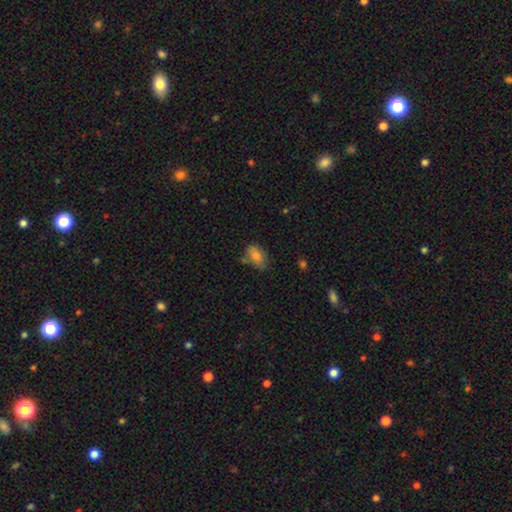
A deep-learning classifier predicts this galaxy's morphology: A smooth galaxy with no disk features (77%) that is in between round and cigar-shaped (88%). Merging: none (63%).